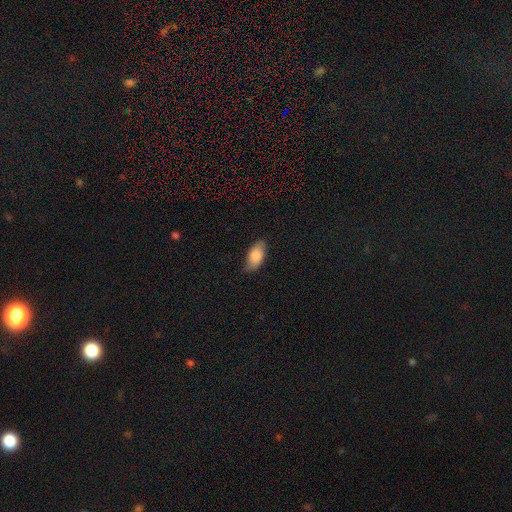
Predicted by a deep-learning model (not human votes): Q: Smooth or featured?
A: smooth (84%); runner-up: featured or disk (10%)
Q: How rounded?
A: in between (92%); runner-up: cigar-shaped (5%)
Q: Merging?
A: none (76%); runner-up: minor disturbance (20%)